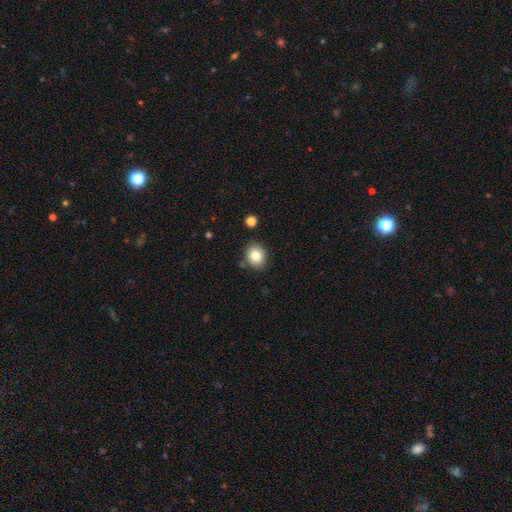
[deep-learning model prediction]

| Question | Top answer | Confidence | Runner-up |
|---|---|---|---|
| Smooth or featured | smooth | 80% | featured or disk (10%) |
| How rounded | round | 67% | in between (32%) |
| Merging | none | 83% | minor disturbance (10%) |